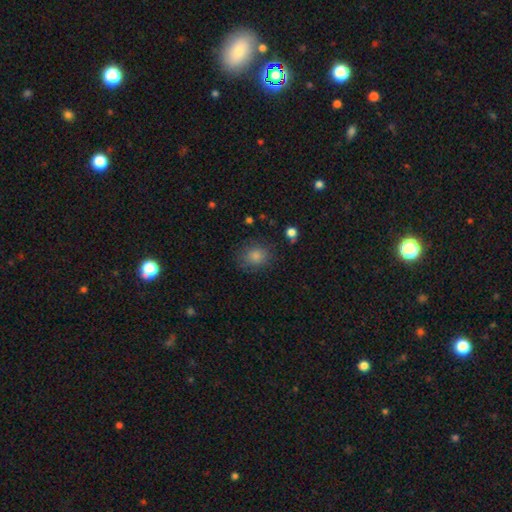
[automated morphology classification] smooth 78%, star or artifact 14%, featured or disk 8%. Down the decision tree: how rounded — round (62%); merging — none (82%).